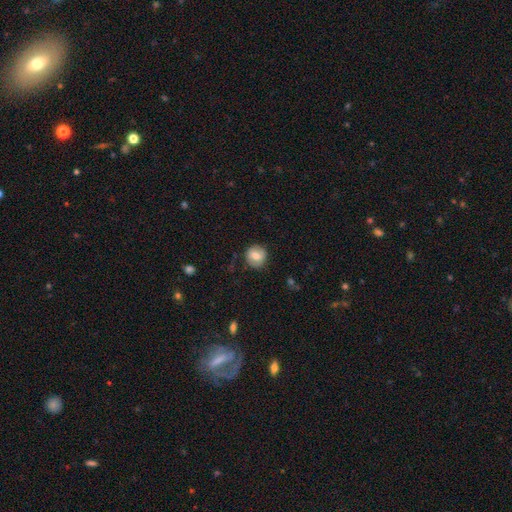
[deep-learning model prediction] Q: Smooth or featured?
A: smooth (73%); runner-up: featured or disk (18%)
Q: How rounded?
A: round (89%); runner-up: in between (10%)
Q: Merging?
A: none (83%); runner-up: minor disturbance (12%)